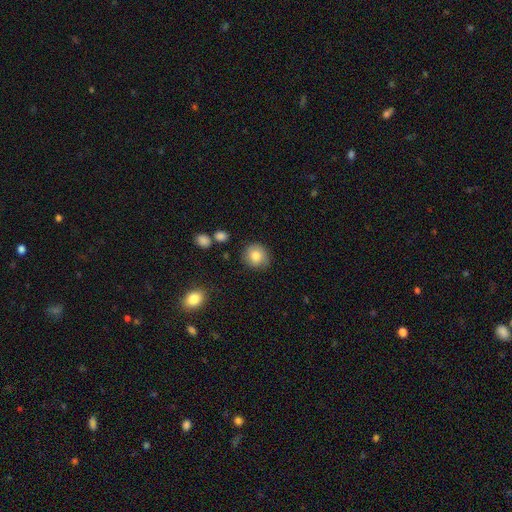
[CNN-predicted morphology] The model was most divided on "merging": none: 78%, minor disturbance: 16%, major disturbance: 4%, merger: 2%. More confident: how rounded — round (86%); smooth or featured — smooth (79%).